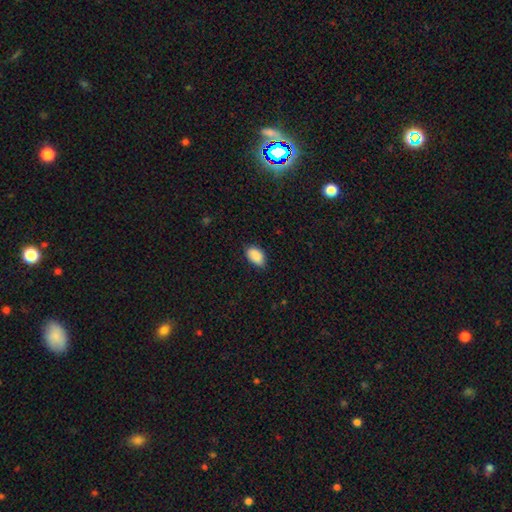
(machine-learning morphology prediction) Smooth or featured? smooth (90%)
How rounded? in between (92%)
Merging? none (80%)